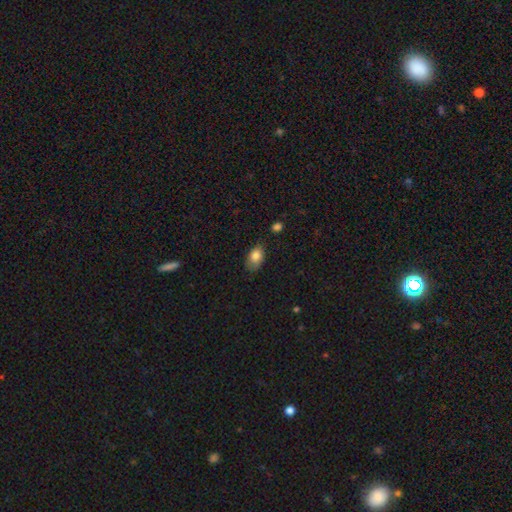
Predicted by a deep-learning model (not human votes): A smooth galaxy with no disk features (83%) that is in between round and cigar-shaped (86%). Merging: none (57%).